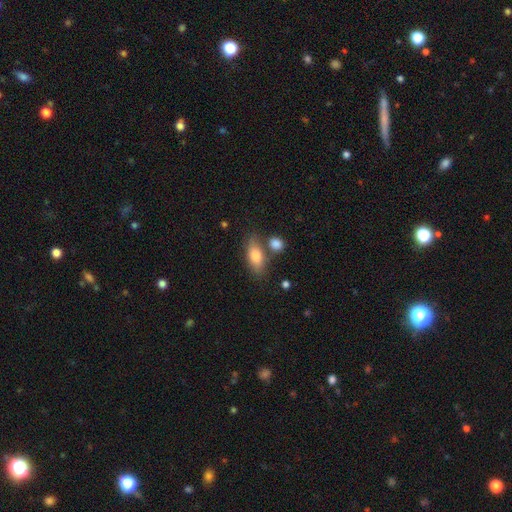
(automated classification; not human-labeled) Smooth or featured? smooth (77%)
How rounded? in between (80%)
Merging? none (65%)